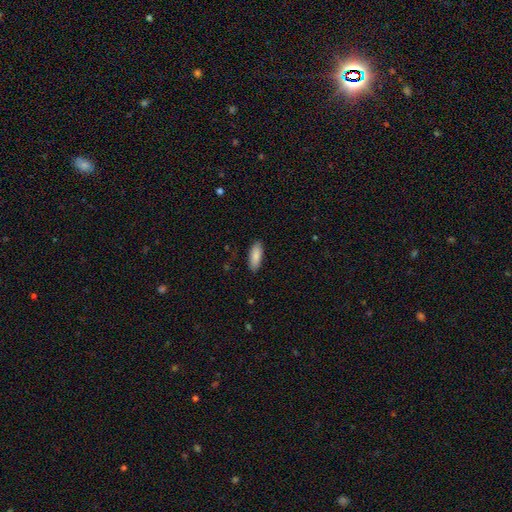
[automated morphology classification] smooth 87%, featured or disk 7%, star or artifact 6%. Down the decision tree: how rounded — in between (73%); merging — none (88%).